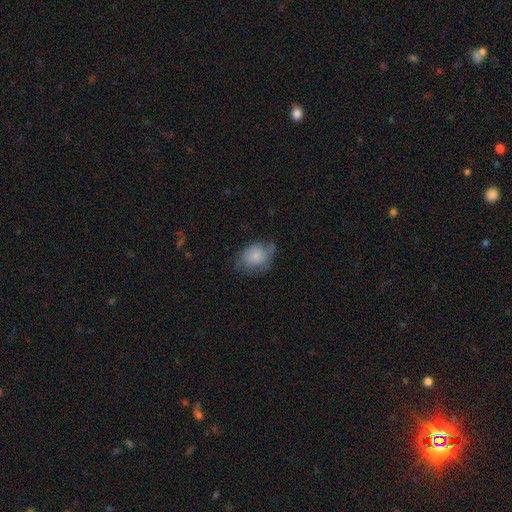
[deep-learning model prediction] This appears to be a smooth galaxy with no disk features (67%) that is in between round and cigar-shaped (71%). Merging: none (48%).